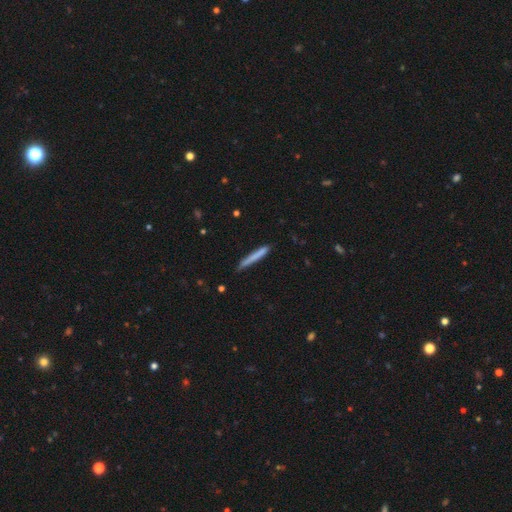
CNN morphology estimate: smooth_or_featured: smooth (p=0.74) [alt: featured or disk p=0.20]
how_rounded: cigar-shaped (p=0.97) [alt: in between p=0.02]
merging: none (p=0.85) [alt: minor disturbance p=0.11]